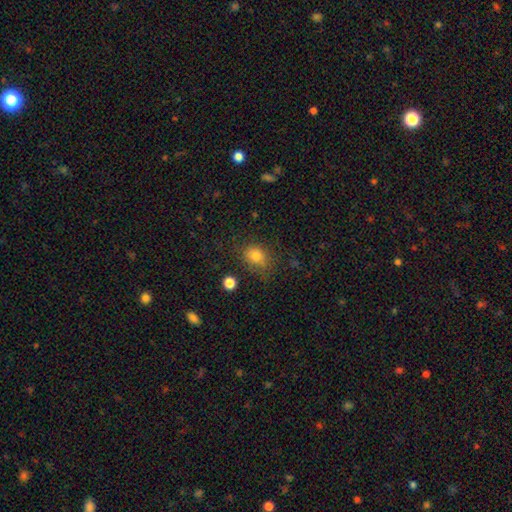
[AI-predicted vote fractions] smooth 80%, star or artifact 12%, featured or disk 7%. Down the decision tree: how rounded — in between (50%); merging — none (71%).